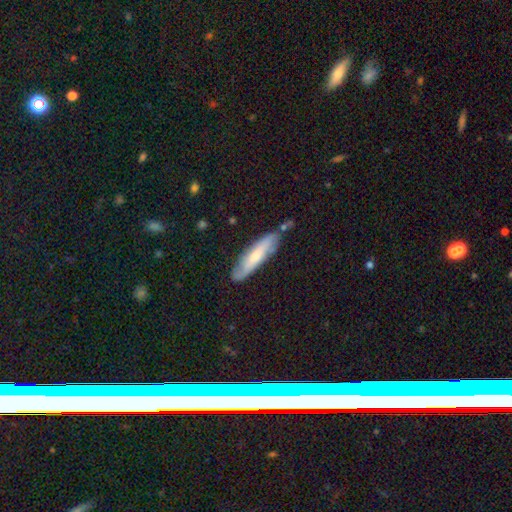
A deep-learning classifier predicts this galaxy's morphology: This is possibly a smooth galaxy (53%). How rounded: likely cigar-shaped (76%). Merging: likely none (77%).